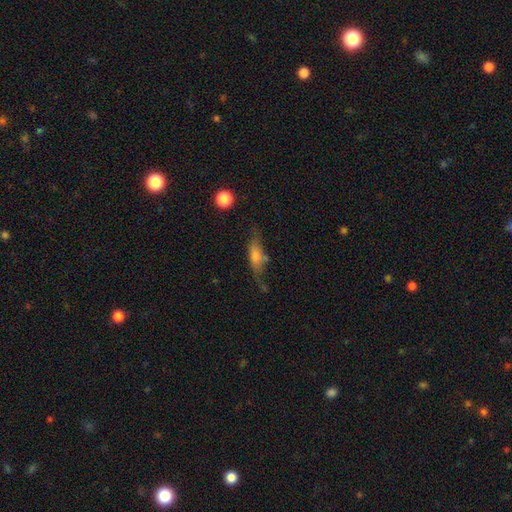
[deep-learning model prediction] Smooth or featured: smooth — 54% (featured or disk — 37%)
How rounded: in between — 49% (cigar-shaped — 46%)
Merging: none — 57% (minor disturbance — 25%)